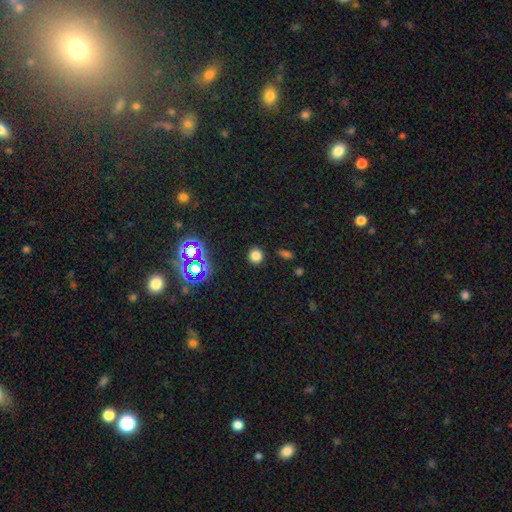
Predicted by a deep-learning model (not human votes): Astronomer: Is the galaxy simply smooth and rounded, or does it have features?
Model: smooth — 75%.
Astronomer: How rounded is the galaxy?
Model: round — 92%.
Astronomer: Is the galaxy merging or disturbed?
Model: none — 89%.